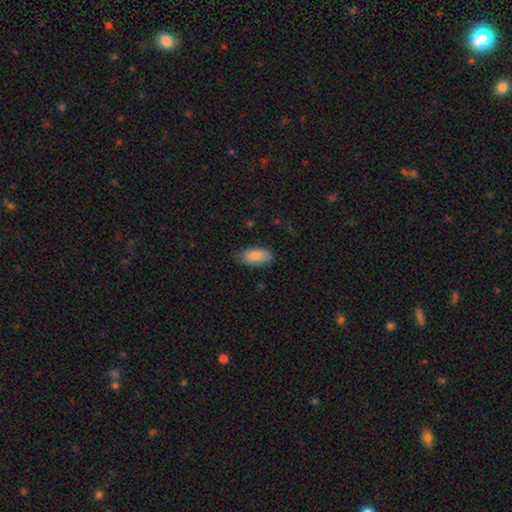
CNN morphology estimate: smooth-or-featured: smooth: 87% | featured or disk: 7% | star or artifact: 6%
  how-rounded: in between: 89% | cigar-shaped: 9% | round: 2%
  merging: none: 79% | minor disturbance: 17% | major disturbance: 3% | merger: 1%